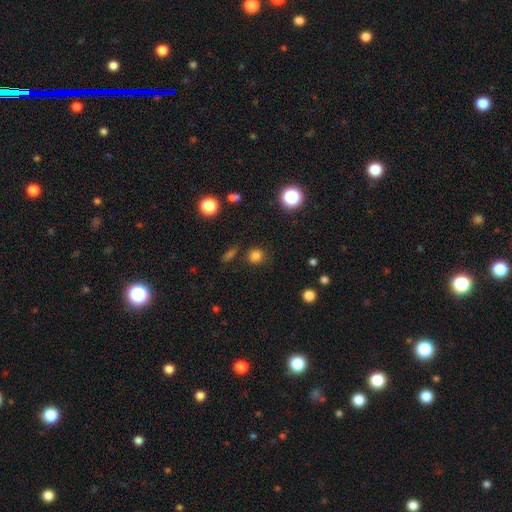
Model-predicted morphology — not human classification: Overall: smooth (79%). How rounded: round (90%). Merging: none (85%).